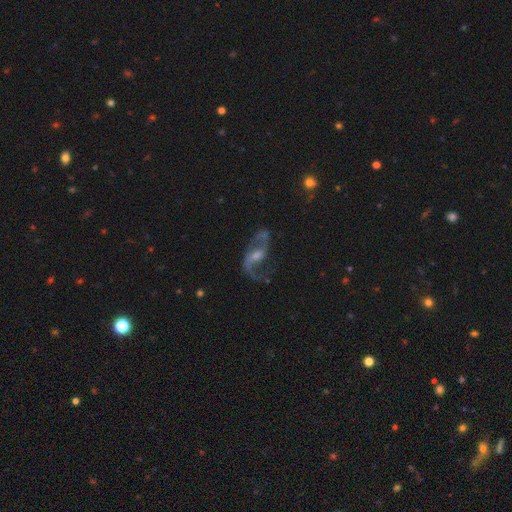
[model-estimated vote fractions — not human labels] Smooth or featured?
  - featured or disk: 87% *
  - star or artifact: 7%
  - smooth: 7%
Edge-on disk?
  - no: 96% *
  - yes: 4%
Bar?
  - weak: 48% *
  - no: 29%
  - strong: 23%
Spiral arms?
  - yes: 95% *
  - no: 5%
Spiral winding?
  - loose: 66% *
  - medium: 28%
  - tight: 5%
Spiral arm count?
  - 2: 88% *
  - 1: 6%
  - can't tell: 3%
  - 3: 1%
  - 4: 1%
  - more than 4: 1%
Bulge size?
  - moderate: 45% *
  - small: 38%
  - none: 10%
  - large: 6%
  - dominant: 1%
Merging?
  - none: 63% *
  - minor disturbance: 17%
  - major disturbance: 17%
  - merger: 4%